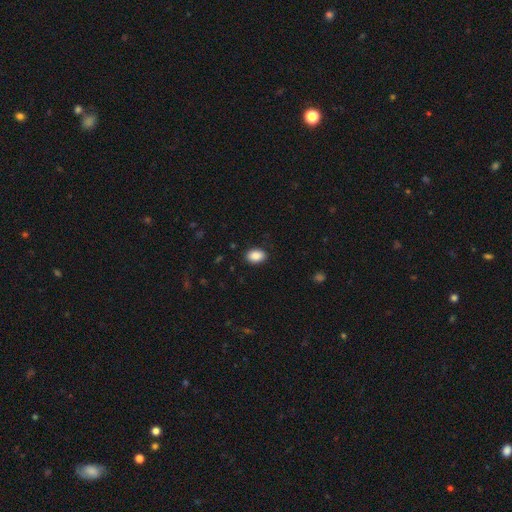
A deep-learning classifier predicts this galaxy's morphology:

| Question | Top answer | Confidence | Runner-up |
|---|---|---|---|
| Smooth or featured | smooth | 89% | star or artifact (8%) |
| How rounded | in between | 84% | round (15%) |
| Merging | none | 88% | minor disturbance (9%) |